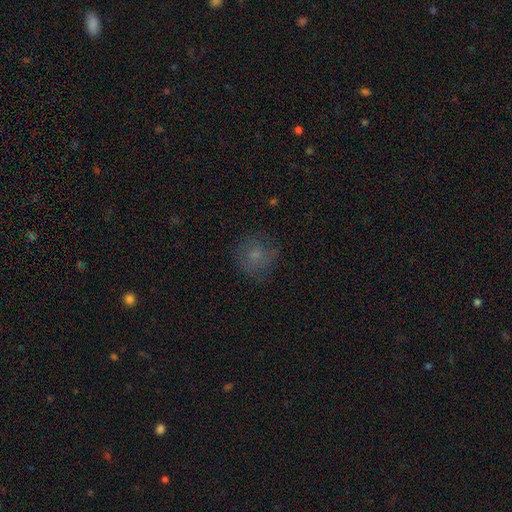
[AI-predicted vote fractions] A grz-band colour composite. It shows a smooth galaxy with no disk features (64%) that is round (83%). Merging: none (69%).